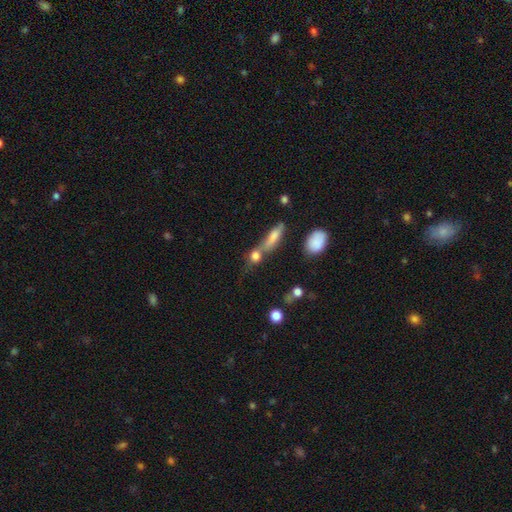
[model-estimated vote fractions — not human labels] Q: Smooth or featured?
A: smooth (74%); runner-up: featured or disk (15%)
Q: How rounded?
A: round (48%); runner-up: in between (32%)
Q: Merging?
A: merger (44%); runner-up: none (39%)